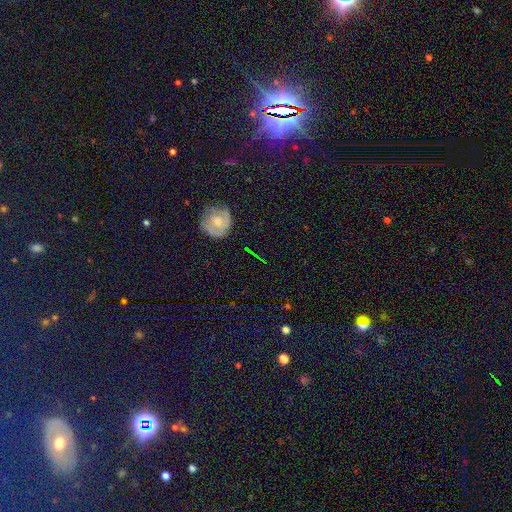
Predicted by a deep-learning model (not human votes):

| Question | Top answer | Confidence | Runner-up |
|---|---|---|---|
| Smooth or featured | star or artifact | 39% | smooth (34%) |